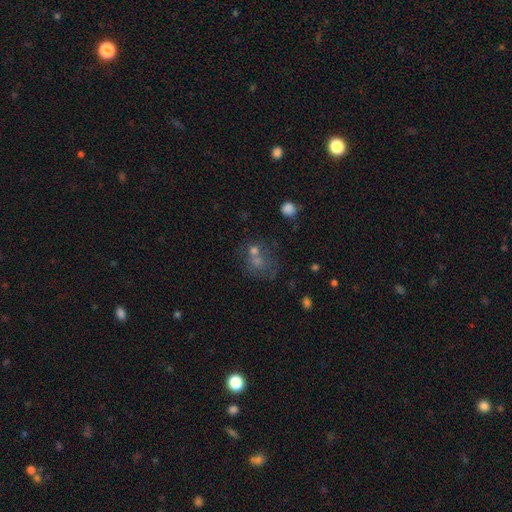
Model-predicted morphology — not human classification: smooth 53%, featured or disk 26%, star or artifact 21%. Down the decision tree: how rounded — round (62%); merging — merger (44%).